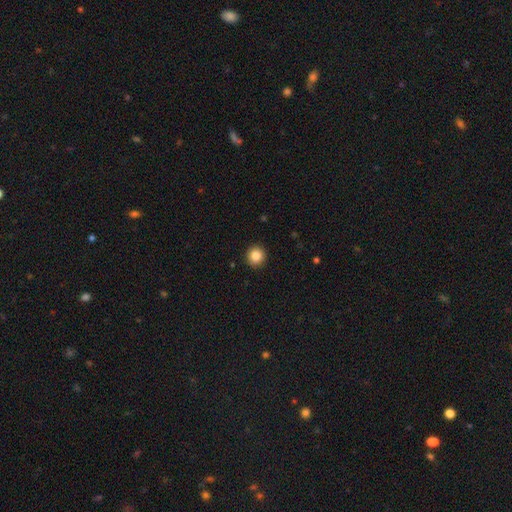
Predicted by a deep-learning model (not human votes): The model was most divided on "smooth or featured": smooth: 86%, star or artifact: 10%, featured or disk: 4%. More confident: how rounded — round (94%); merging — none (92%).